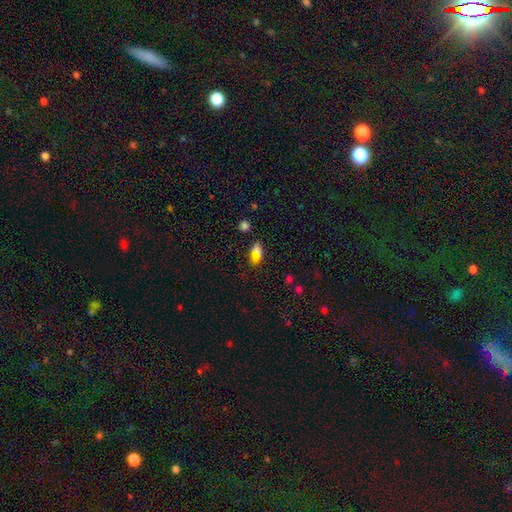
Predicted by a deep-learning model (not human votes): Smooth or featured?
  - smooth: 68% *
  - star or artifact: 19%
  - featured or disk: 12%
How rounded?
  - in between: 81% *
  - cigar-shaped: 10%
  - round: 9%
Merging?
  - none: 76% *
  - minor disturbance: 14%
  - merger: 5%
  - major disturbance: 4%